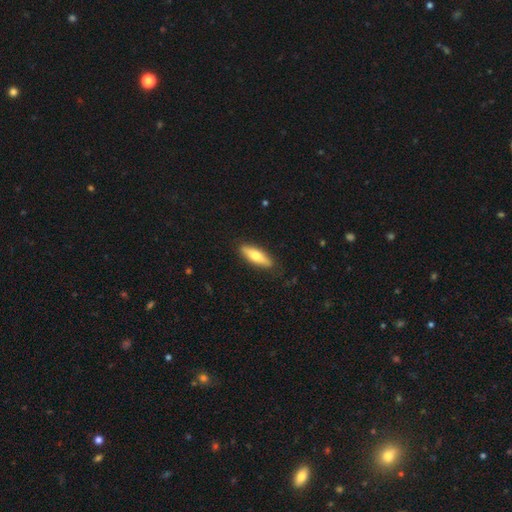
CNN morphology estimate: This appears to be a smooth galaxy with no disk features (59%) that is cigar-shaped (54%). Merging: none (87%).